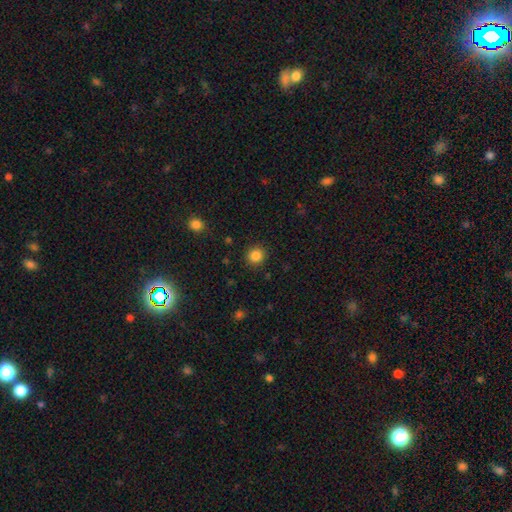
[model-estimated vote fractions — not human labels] Morphology: type=smooth (85%); roundness=round (87%); merging=none (90%).